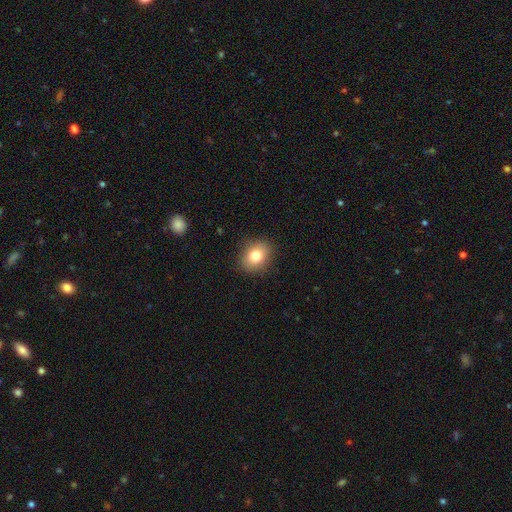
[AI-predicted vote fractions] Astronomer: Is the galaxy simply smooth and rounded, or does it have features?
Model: smooth — 81%.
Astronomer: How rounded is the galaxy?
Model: in between — 50% (runner-up: round, 49%).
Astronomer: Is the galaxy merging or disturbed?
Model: none — 88%.